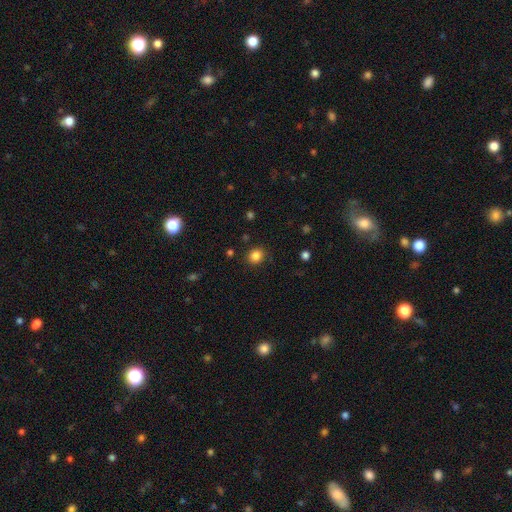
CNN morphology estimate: Overall: smooth (84%). How rounded: round (78%). Merging: none (86%).